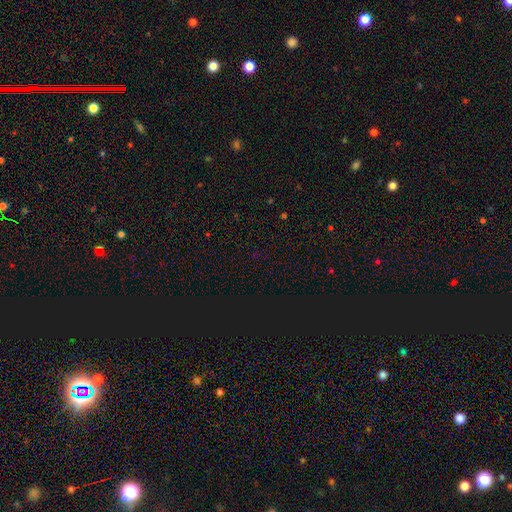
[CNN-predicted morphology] Smooth or featured? star or artifact (74%)